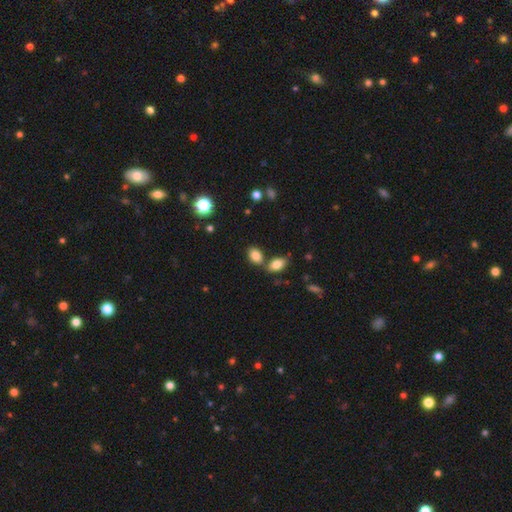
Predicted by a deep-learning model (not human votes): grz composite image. It shows a smooth galaxy with no disk features (84%) that is in between round and cigar-shaped (83%). Merging: none (60%).